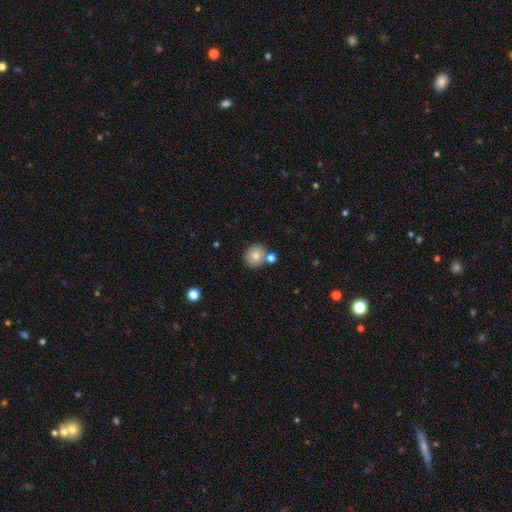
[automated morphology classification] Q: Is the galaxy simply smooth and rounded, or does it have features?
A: smooth — 78%.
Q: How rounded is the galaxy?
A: round — 84%.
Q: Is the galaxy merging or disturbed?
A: none — 71%.